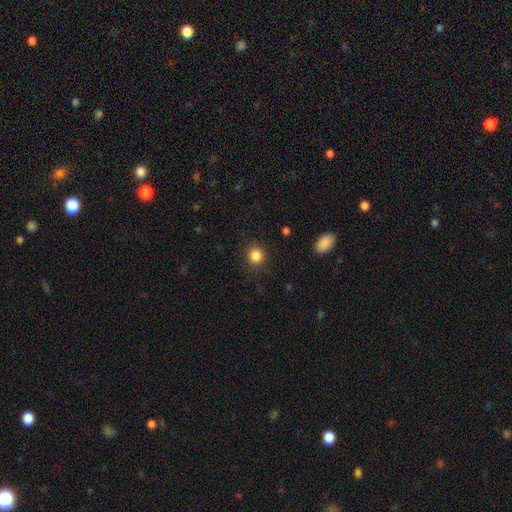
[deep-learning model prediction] Smooth or featured?
  - smooth: 85% *
  - star or artifact: 11%
  - featured or disk: 4%
How rounded?
  - round: 87% *
  - in between: 12%
  - cigar-shaped: 1%
Merging?
  - none: 88% *
  - minor disturbance: 8%
  - major disturbance: 3%
  - merger: 1%